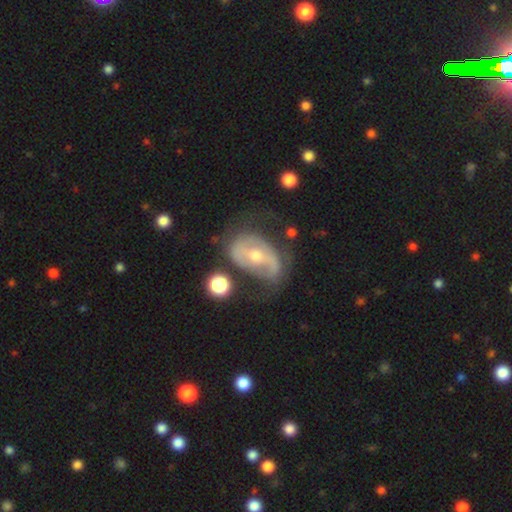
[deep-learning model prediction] Overall: featured or disk (75%). Edge-on disk: no (95%). Bar: weak (38%; strong 32%). Spiral arms: yes (74%). Spiral arm count: 2 (65%). Spiral winding: medium (40%; loose 34%). Bulge size: moderate (59%; small 36%). Merging: none (49%; minor disturbance 25%).